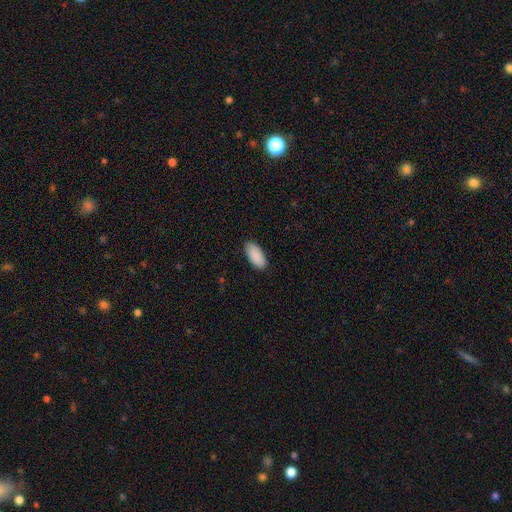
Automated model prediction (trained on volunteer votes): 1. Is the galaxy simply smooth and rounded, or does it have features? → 91% smooth, 6% star or artifact, 3% featured or disk.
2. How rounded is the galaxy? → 92% in between, 6% cigar-shaped, 2% round.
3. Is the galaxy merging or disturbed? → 88% none, 10% minor disturbance, 2% major disturbance, 1% merger.